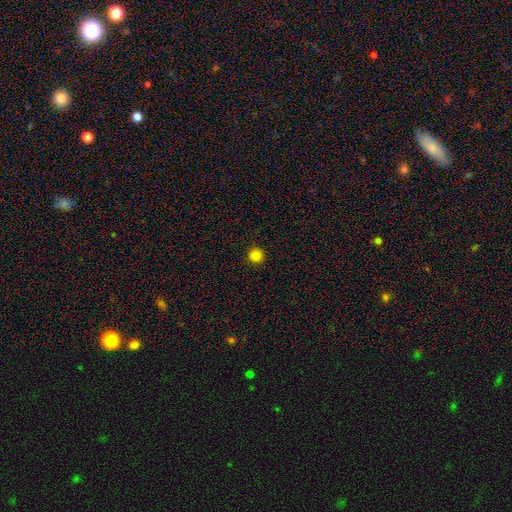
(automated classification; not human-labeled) smooth 85%, star or artifact 12%, featured or disk 3%. Down the decision tree: how rounded — round (96%); merging — none (93%).